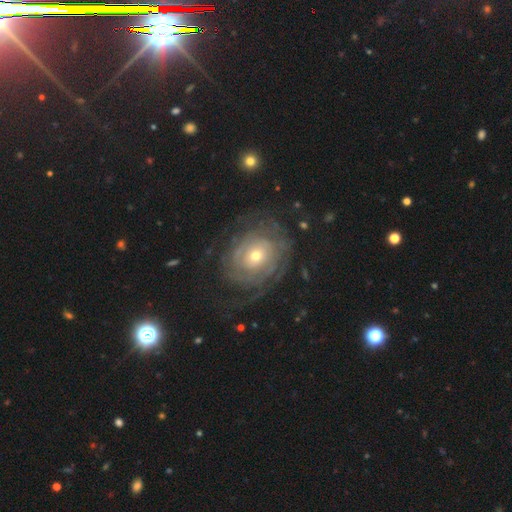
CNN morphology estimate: type=featured or disk (80%); edge-on=no (97%); bar=no (82%); spiral arms=yes (84%); winding=tight (72%); arm count=can't tell (49%); bulge=small (50%); merging=none (66%).